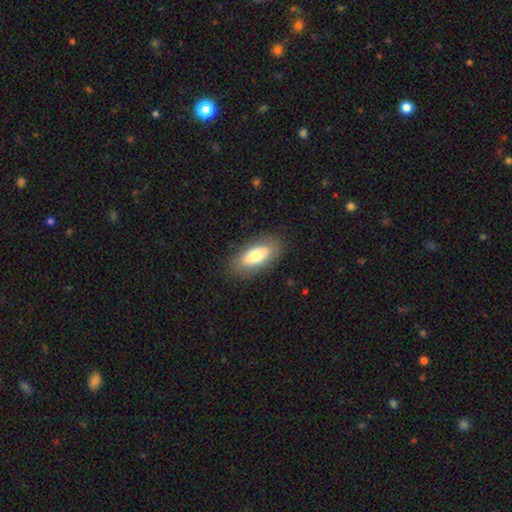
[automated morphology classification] A smooth galaxy with no disk features (68%) that is in between round and cigar-shaped (89%).

Vote fractions:
- Smooth or featured? smooth: 68% / featured or disk: 26% / star or artifact: 6%
- How rounded? in between: 89% / cigar-shaped: 8% / round: 3%
- Merging? none: 84% / minor disturbance: 11% / major disturbance: 4% / merger: 1%